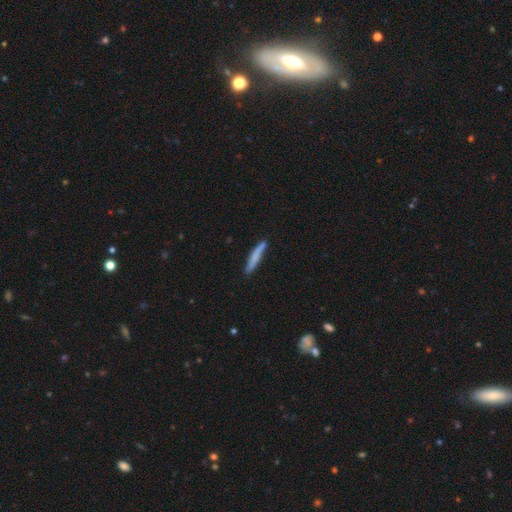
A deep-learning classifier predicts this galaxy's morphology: type=smooth (69%); roundness=cigar-shaped (94%); merging=none (77%).